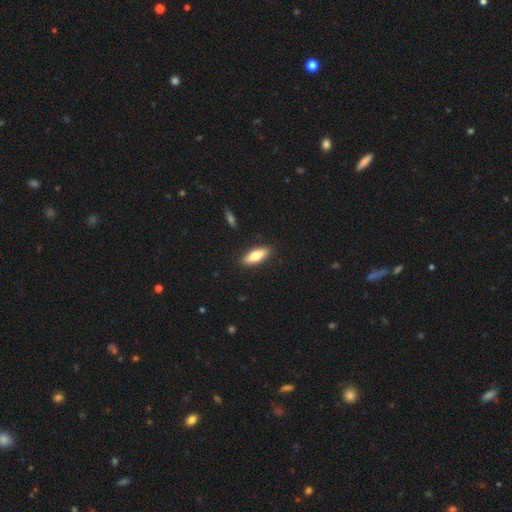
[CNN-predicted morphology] type=smooth (74%); roundness=in between (60%); merging=none (89%).